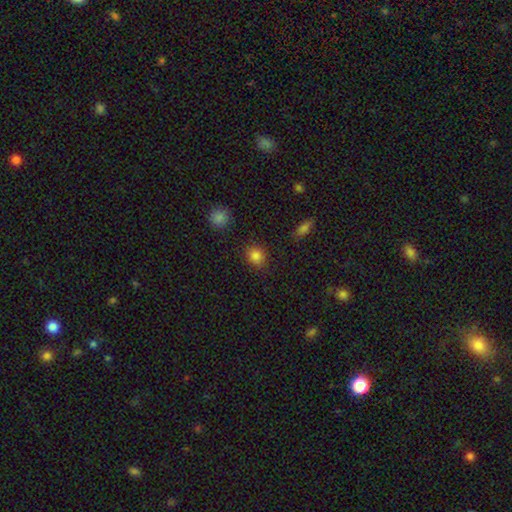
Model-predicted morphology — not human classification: The model was most divided on "how rounded": round: 73%, in between: 26%, cigar-shaped: 1%. More confident: merging — none (86%); smooth or featured — smooth (84%).